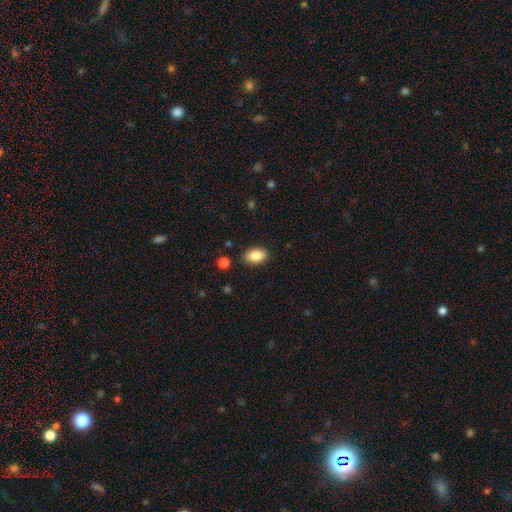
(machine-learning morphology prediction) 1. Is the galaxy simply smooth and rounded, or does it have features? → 87% smooth, 7% star or artifact, 5% featured or disk.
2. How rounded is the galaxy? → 90% in between, 9% round, 2% cigar-shaped.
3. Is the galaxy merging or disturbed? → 86% none, 9% minor disturbance, 2% major disturbance, 2% merger.